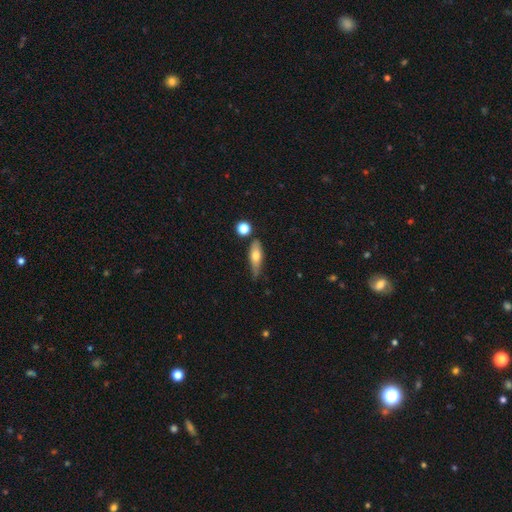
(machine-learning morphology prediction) Overall: smooth (61%; featured or disk 32%). How rounded: in between (55%; cigar-shaped 41%). Merging: none (59%; minor disturbance 28%).